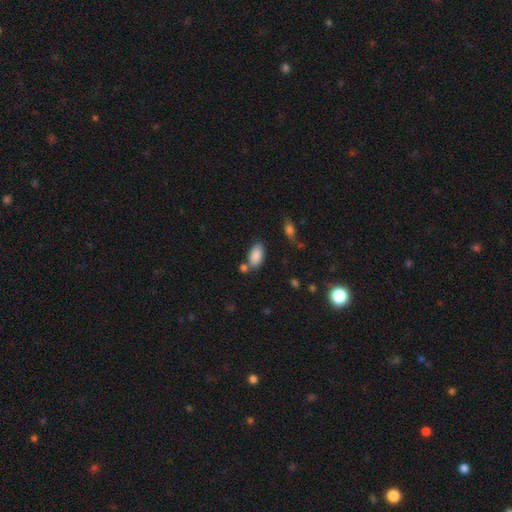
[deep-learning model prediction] Smooth or featured?
  - smooth: 87% *
  - star or artifact: 7%
  - featured or disk: 5%
How rounded?
  - in between: 93% *
  - cigar-shaped: 4%
  - round: 3%
Merging?
  - none: 67% *
  - minor disturbance: 15%
  - merger: 14%
  - major disturbance: 4%